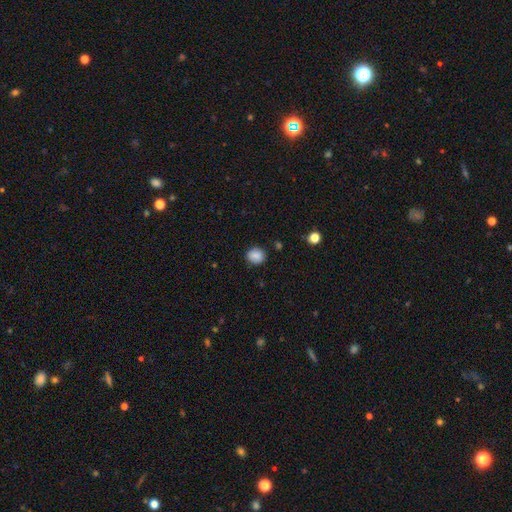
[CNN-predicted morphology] smooth_or_featured: smooth (p=0.85) [alt: star or artifact p=0.09]
how_rounded: round (p=0.74) [alt: in between p=0.25]
merging: none (p=0.85) [alt: minor disturbance p=0.11]